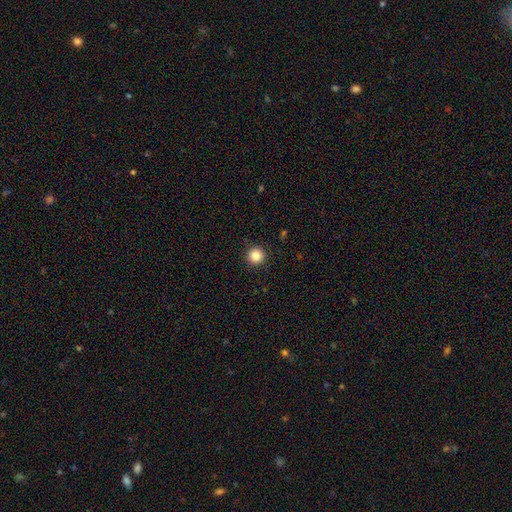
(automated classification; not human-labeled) A smooth galaxy with no disk features (85%) that is round (96%).

Vote fractions:
- Smooth or featured? smooth: 85% / star or artifact: 11% / featured or disk: 4%
- How rounded? round: 96% / in between: 3% / cigar-shaped: 1%
- Merging? none: 92% / minor disturbance: 5% / major disturbance: 2% / merger: 1%